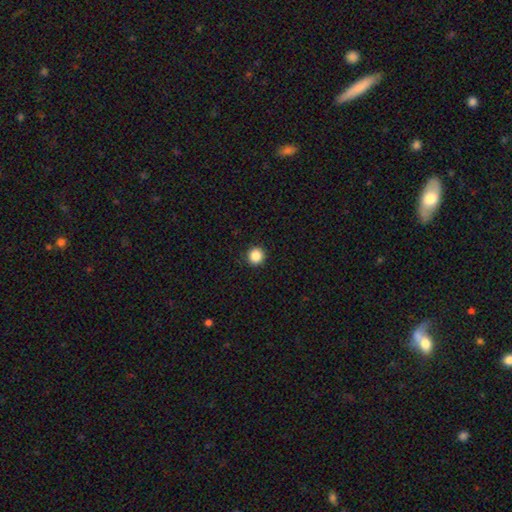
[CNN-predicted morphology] smooth_or_featured: smooth (p=0.87) [alt: star or artifact p=0.10]
how_rounded: round (p=0.95) [alt: in between p=0.04]
merging: none (p=0.93) [alt: minor disturbance p=0.04]